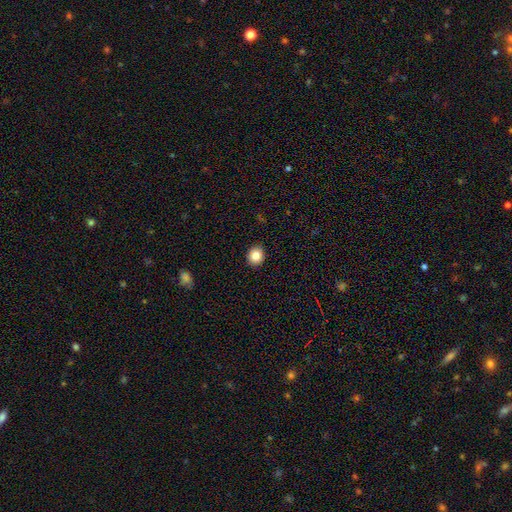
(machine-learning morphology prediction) smooth_or_featured: smooth (p=0.84) [alt: star or artifact p=0.10]
how_rounded: round (p=0.73) [alt: in between p=0.26]
merging: none (p=0.92) [alt: minor disturbance p=0.06]